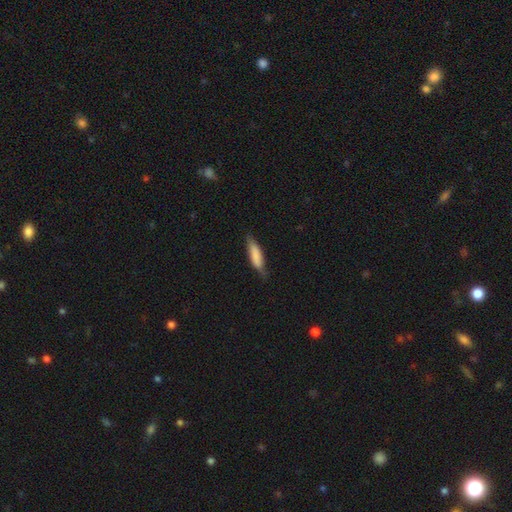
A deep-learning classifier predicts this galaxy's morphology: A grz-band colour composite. It shows a smooth galaxy with no disk features (77%) that is cigar-shaped (64%). Merging: none (69%).